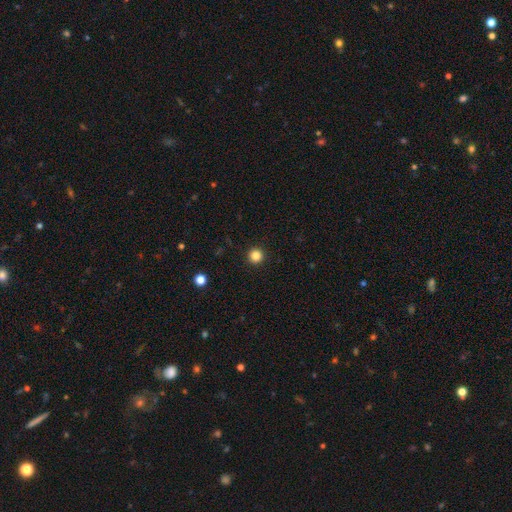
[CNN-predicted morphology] Smooth or featured? smooth (85%)
How rounded? round (96%)
Merging? none (93%)